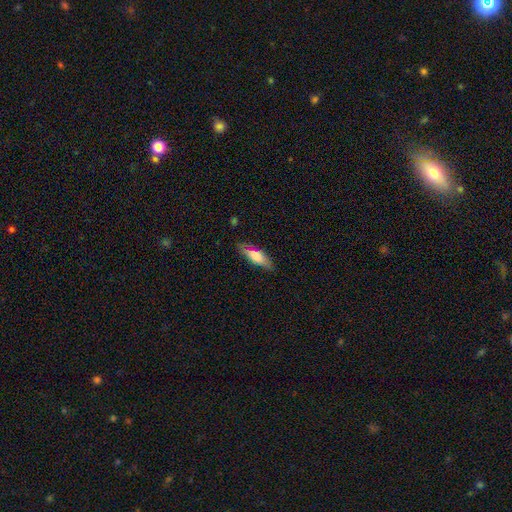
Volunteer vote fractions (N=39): smooth-or-featured: smooth: 85% | star or artifact: 10% | featured or disk: 5%
  how-rounded: in between: 61% | cigar-shaped: 36% | round: 3%
  merging: none: 86% | minor disturbance: 9% | major disturbance: 3% | merger: 3%